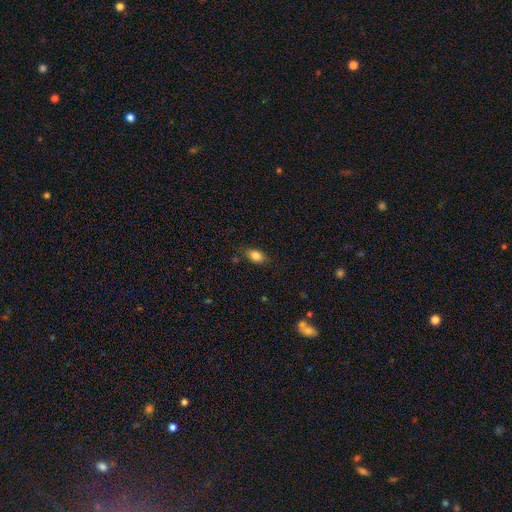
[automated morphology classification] Q: Smooth or featured?
A: smooth (84%); runner-up: star or artifact (9%)
Q: How rounded?
A: in between (83%); runner-up: round (14%)
Q: Merging?
A: none (80%); runner-up: minor disturbance (15%)